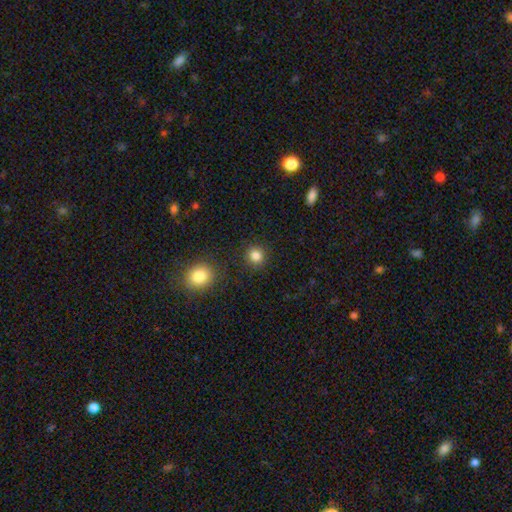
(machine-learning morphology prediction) Q: Smooth or featured?
A: smooth (85%); runner-up: star or artifact (12%)
Q: How rounded?
A: round (90%); runner-up: in between (9%)
Q: Merging?
A: none (89%); runner-up: minor disturbance (6%)